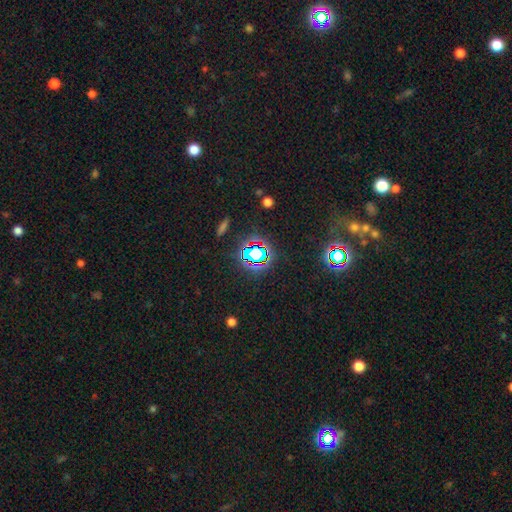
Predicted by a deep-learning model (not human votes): Smooth or featured? star or artifact (69%)